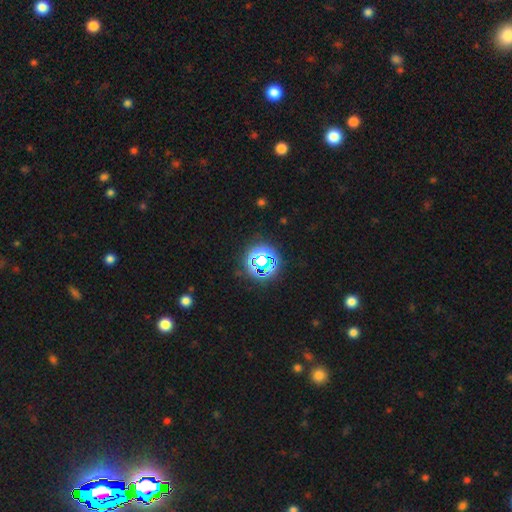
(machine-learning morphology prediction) smooth_or_featured: star or artifact (p=0.71) [alt: smooth p=0.19]